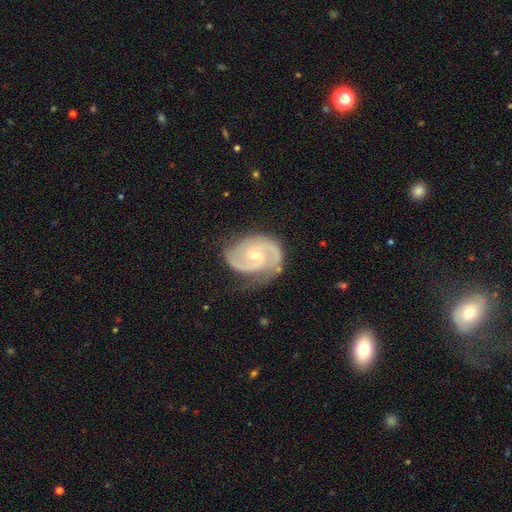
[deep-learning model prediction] This appears to be a featured or disk galaxy (91%) with no bar (52%), 2 (89%) tight (46%, tied with medium) spiral arms (98%) and a small central bulge (59%). Merging: none (72%).